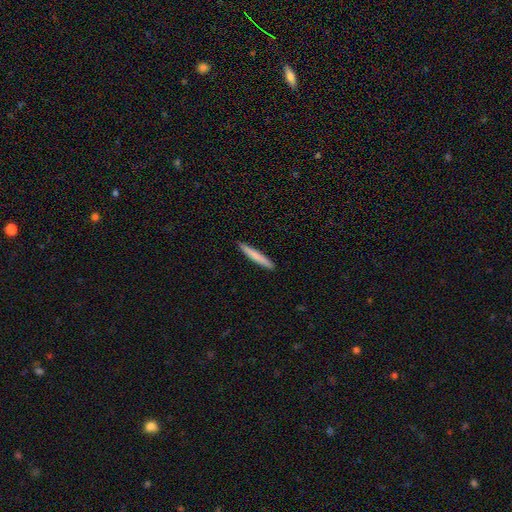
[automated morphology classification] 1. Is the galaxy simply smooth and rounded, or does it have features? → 75% smooth, 20% featured or disk, 5% star or artifact.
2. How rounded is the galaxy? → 96% cigar-shaped, 3% in between, 1% round.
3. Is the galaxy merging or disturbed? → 93% none, 5% minor disturbance, 1% major disturbance, 1% merger.